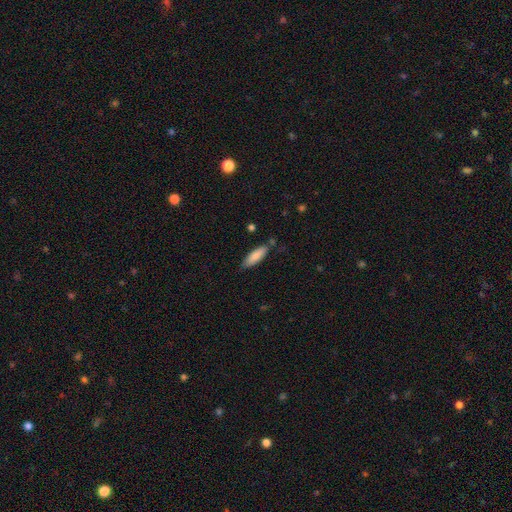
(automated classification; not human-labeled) Smooth or featured? smooth (83%)
How rounded? in between (51%)
Merging? none (76%)